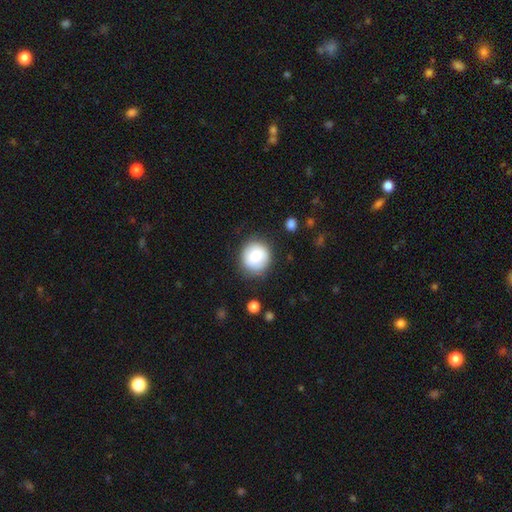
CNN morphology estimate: smooth-or-featured: smooth: 78% | featured or disk: 14% | star or artifact: 8%
  how-rounded: round: 88% | in between: 11% | cigar-shaped: 1%
  merging: none: 83% | minor disturbance: 12% | major disturbance: 4% | merger: 2%